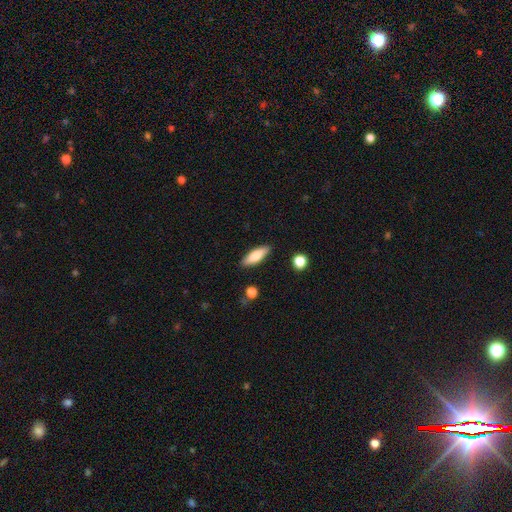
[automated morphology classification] Q: Smooth or featured?
A: smooth (72%); runner-up: featured or disk (22%)
Q: How rounded?
A: in between (54%); runner-up: cigar-shaped (43%)
Q: Merging?
A: none (87%); runner-up: minor disturbance (9%)